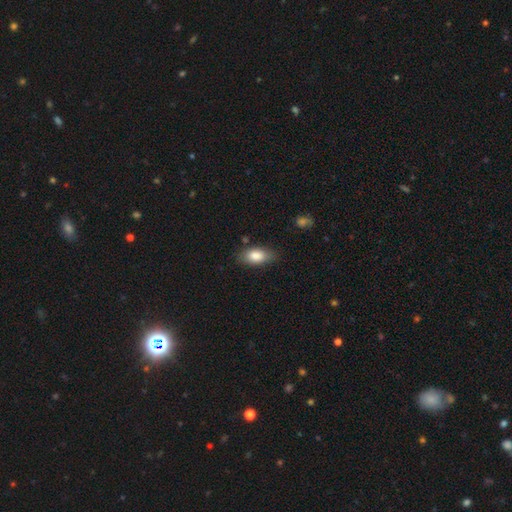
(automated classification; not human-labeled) A smooth galaxy with no disk features (84%) that is in between round and cigar-shaped (89%).

Vote fractions:
- Smooth or featured? smooth: 84% / featured or disk: 9% / star or artifact: 7%
- How rounded? in between: 89% / cigar-shaped: 6% / round: 5%
- Merging? none: 78% / minor disturbance: 17% / major disturbance: 3% / merger: 2%